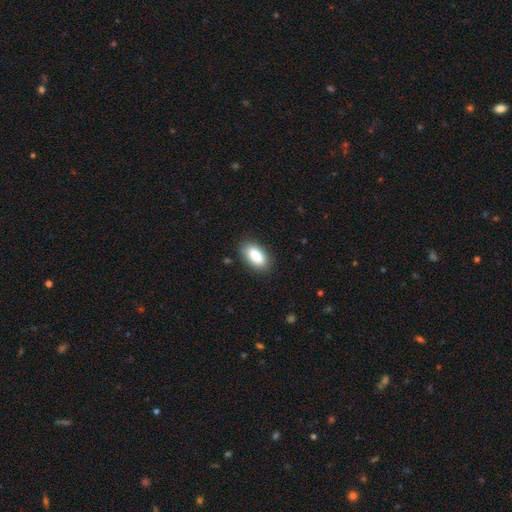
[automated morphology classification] Q: Smooth or featured?
A: smooth (87%); runner-up: star or artifact (7%)
Q: How rounded?
A: in between (92%); runner-up: cigar-shaped (5%)
Q: Merging?
A: none (85%); runner-up: minor disturbance (11%)